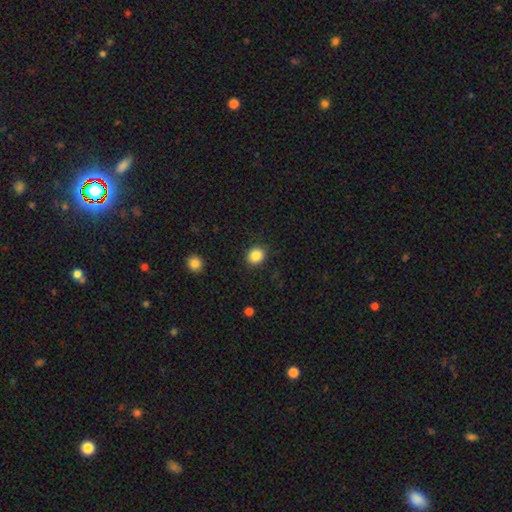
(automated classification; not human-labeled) Smooth or featured? Predicted: smooth (p=0.86). How rounded? Predicted: round (p=0.69). Merging? Predicted: none (p=0.89).